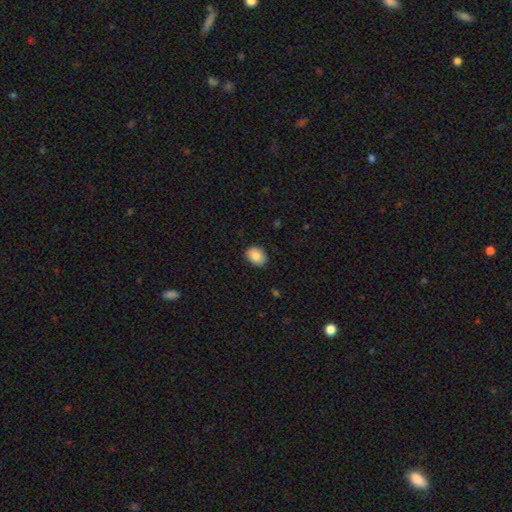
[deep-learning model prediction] Smooth or featured?
  - smooth: 88% *
  - star or artifact: 7%
  - featured or disk: 5%
How rounded?
  - in between: 79% *
  - round: 20%
  - cigar-shaped: 1%
Merging?
  - none: 86% *
  - minor disturbance: 11%
  - major disturbance: 2%
  - merger: 1%